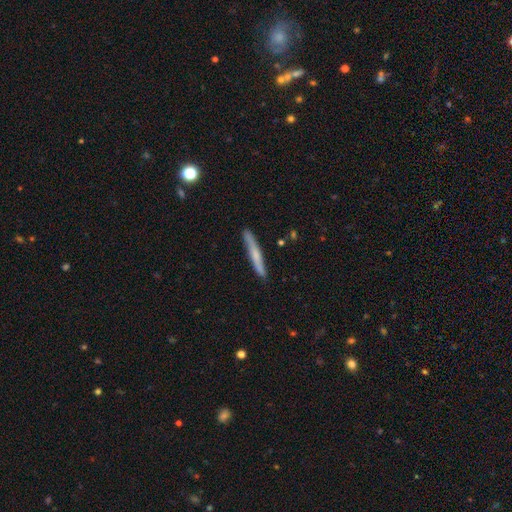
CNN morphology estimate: Smooth or featured? smooth (52%)
How rounded? cigar-shaped (96%)
Merging? none (87%)